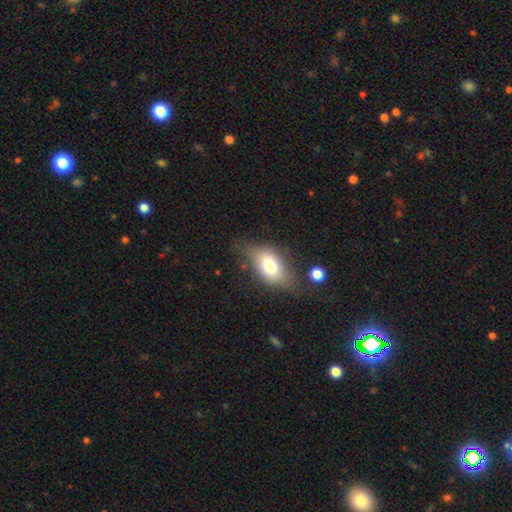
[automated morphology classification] A smooth galaxy with no disk features (58%) that is in between round and cigar-shaped (81%). Merging: none (75%).